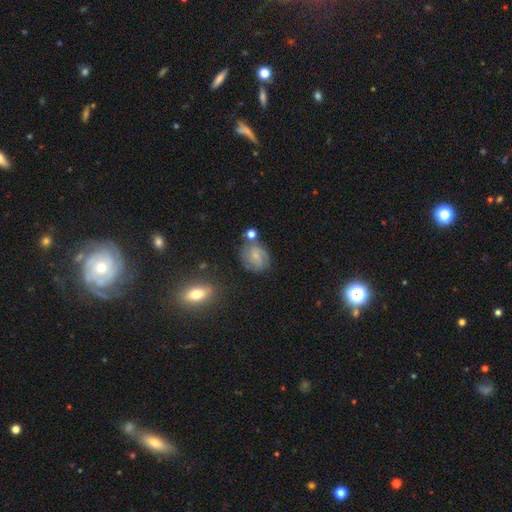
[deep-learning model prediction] Smooth or featured?
  - featured or disk: 49% *
  - smooth: 41%
  - star or artifact: 10%
Merging?
  - none: 66% *
  - minor disturbance: 19%
  - merger: 9%
  - major disturbance: 6%